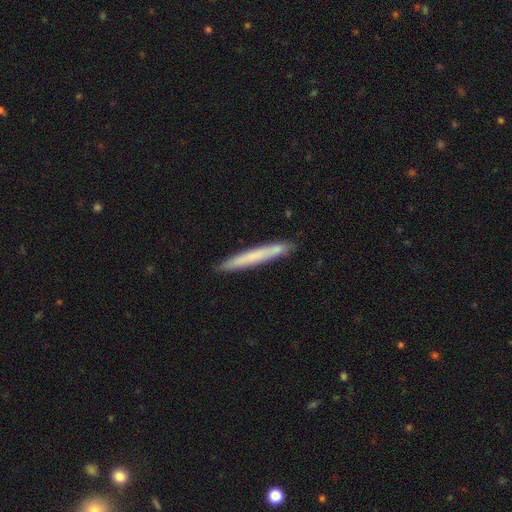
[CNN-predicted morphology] Overall: smooth (63%; featured or disk 30%). How rounded: cigar-shaped (97%). Merging: none (89%).